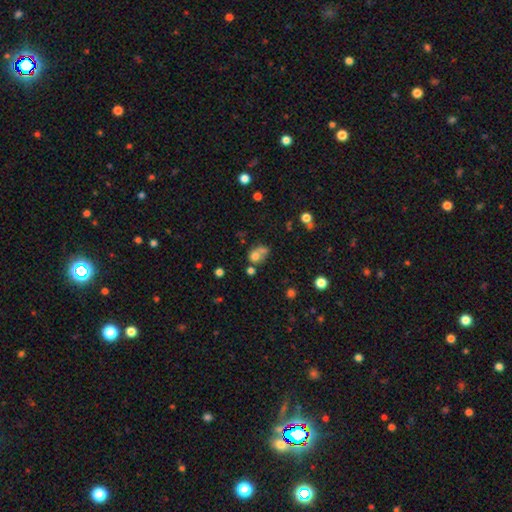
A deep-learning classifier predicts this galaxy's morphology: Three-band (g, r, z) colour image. It shows a smooth galaxy with no disk features (69%) that is round (61%). Merging: merger (40%).